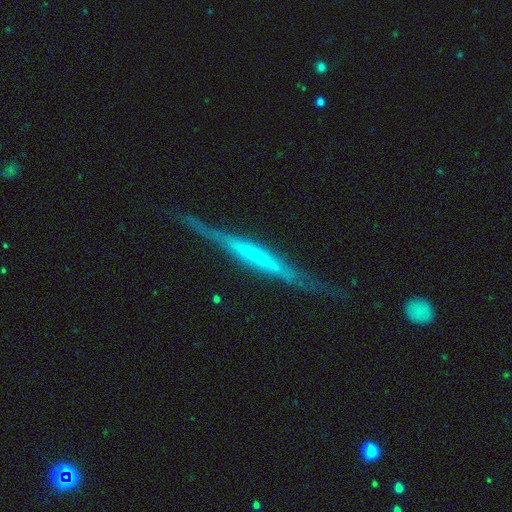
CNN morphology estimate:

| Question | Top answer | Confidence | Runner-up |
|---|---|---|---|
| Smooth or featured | featured or disk | 73% | smooth (20%) |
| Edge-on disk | yes | 96% | no (4%) |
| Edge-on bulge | none | 58% | rounded (25%) |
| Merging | none | 81% | minor disturbance (14%) |